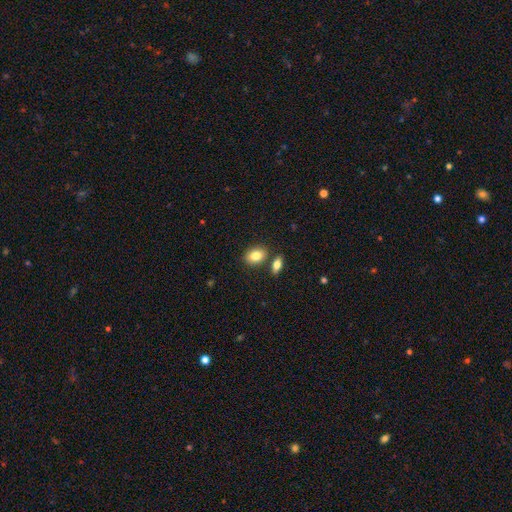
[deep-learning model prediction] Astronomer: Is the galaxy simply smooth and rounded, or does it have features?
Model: smooth — 84%.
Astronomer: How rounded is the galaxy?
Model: in between — 80%.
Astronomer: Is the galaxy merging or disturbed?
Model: none — 74%.